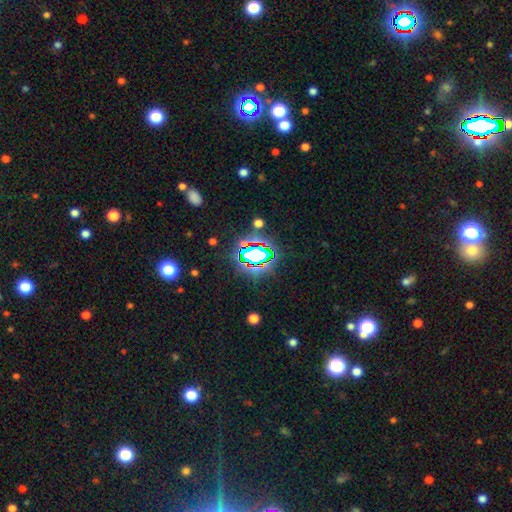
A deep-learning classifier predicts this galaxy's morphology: This appears to be a star or artifact, not a galaxy (68%).